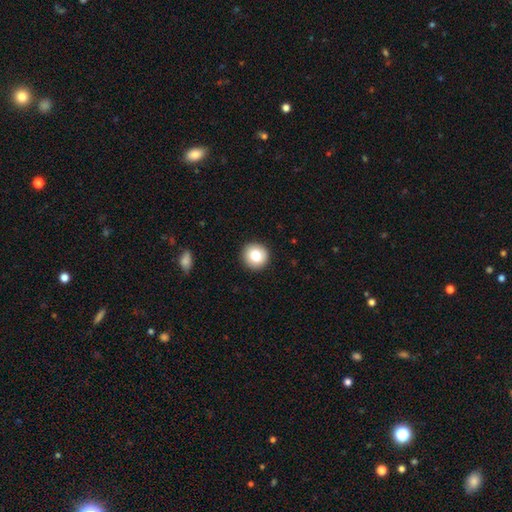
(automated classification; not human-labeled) Smooth or featured?
  - smooth: 84% *
  - star or artifact: 9%
  - featured or disk: 7%
How rounded?
  - round: 94% *
  - in between: 5%
  - cigar-shaped: 1%
Merging?
  - none: 91% *
  - minor disturbance: 6%
  - major disturbance: 2%
  - merger: 1%